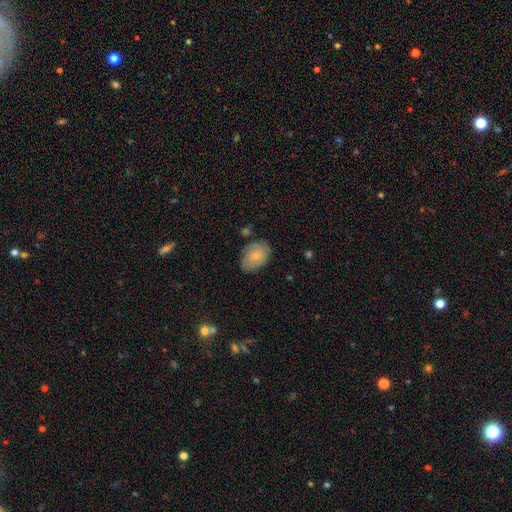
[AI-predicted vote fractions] This appears to be a smooth galaxy with no disk features (67%) that is in between round and cigar-shaped (78%). Merging: none (70%).